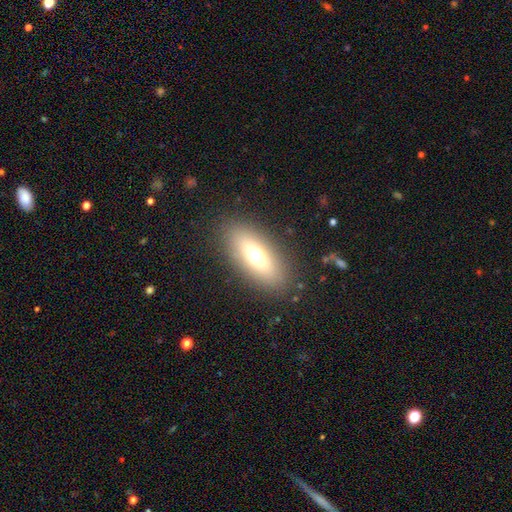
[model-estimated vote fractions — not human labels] smooth 63%, featured or disk 24%, star or artifact 13%. Down the decision tree: how rounded — in between (76%); merging — none (86%).